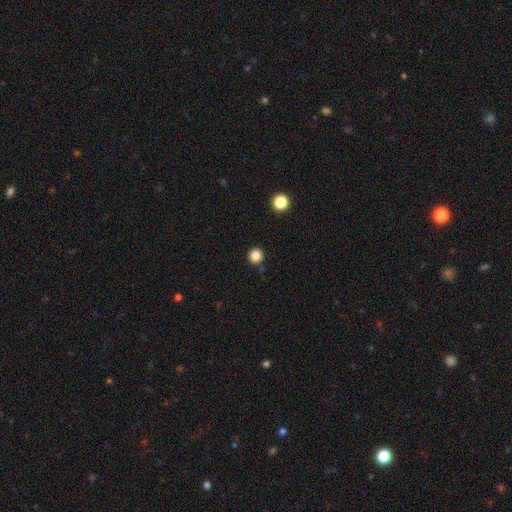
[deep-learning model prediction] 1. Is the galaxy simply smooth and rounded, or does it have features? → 84% smooth, 12% star or artifact, 4% featured or disk.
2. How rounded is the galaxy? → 94% round, 5% in between, 1% cigar-shaped.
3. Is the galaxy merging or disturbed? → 88% none, 7% minor disturbance, 3% merger, 2% major disturbance.